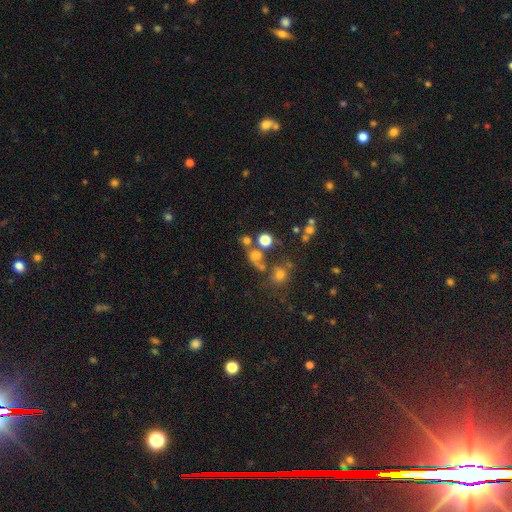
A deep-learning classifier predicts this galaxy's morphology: Smooth or featured? smooth (58%)
How rounded? round (77%)
Merging? none (55%)